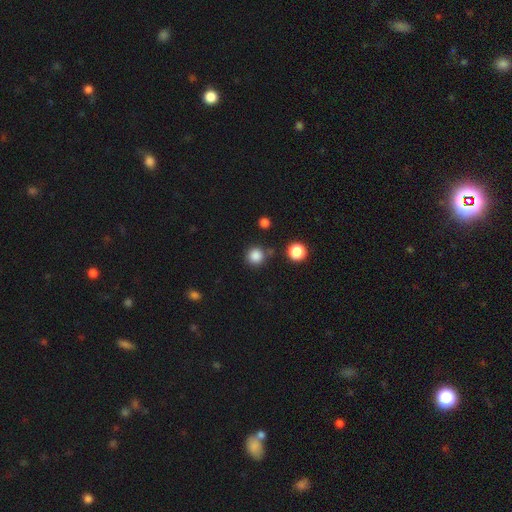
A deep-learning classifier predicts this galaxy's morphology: Smooth or featured? smooth (84%)
How rounded? round (94%)
Merging? none (80%)